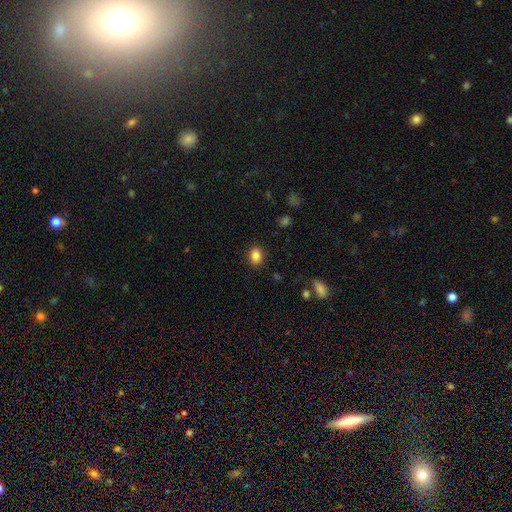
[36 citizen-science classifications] Smooth or featured? 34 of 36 (94%) said smooth. How rounded? 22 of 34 (65%) said in between. Merging? 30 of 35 (86%) said none.